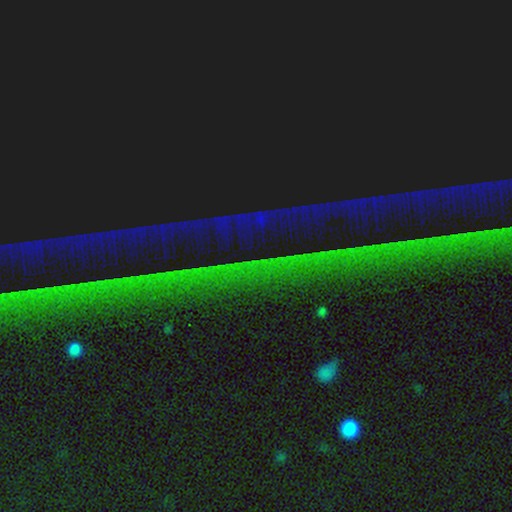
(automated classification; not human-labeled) This is clearly a star or artifact rather than a galaxy (88%).